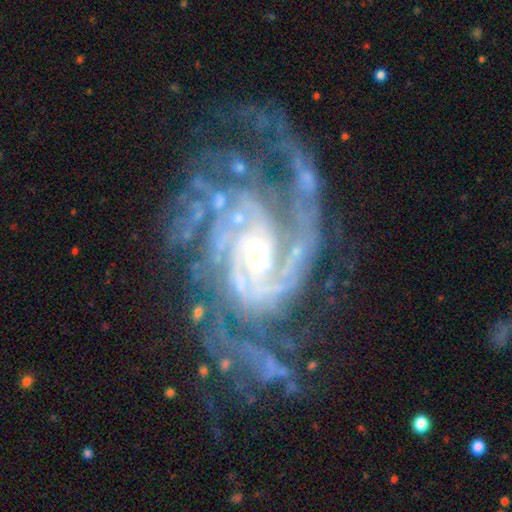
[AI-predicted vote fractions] The model was most divided on "spiral arm count": 2: 26%, 3: 23%, 4: 16%, can't tell: 15%, more than 4: 12%, 1: 8%. More confident: spiral arms — yes (98%); edge-on disk — no (98%); smooth or featured — featured or disk (92%); bulge size — small (70%); spiral winding — tight (58%); bar — no (58%); merging — none (57%).